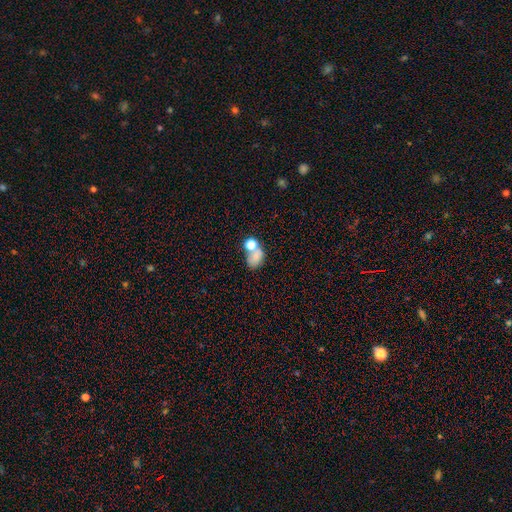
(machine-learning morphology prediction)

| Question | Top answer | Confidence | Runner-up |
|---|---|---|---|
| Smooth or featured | smooth | 72% | star or artifact (14%) |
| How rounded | in between | 68% | round (30%) |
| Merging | merger | 42% | none (35%) |